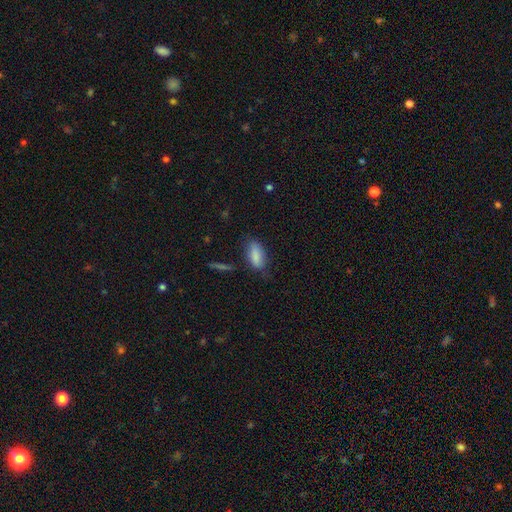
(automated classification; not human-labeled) Overall: smooth (83%). How rounded: in between (84%). Merging: none (65%).